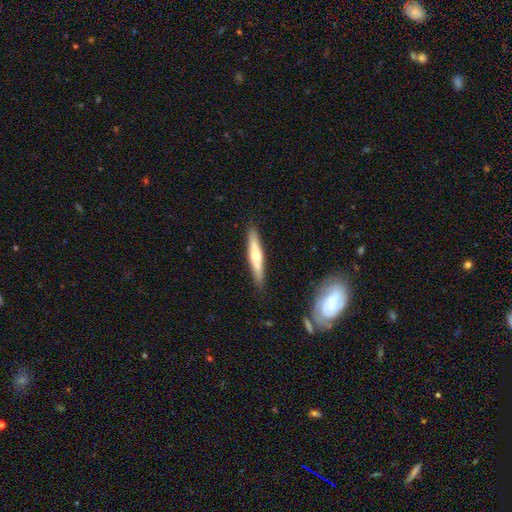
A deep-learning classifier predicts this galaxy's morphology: smooth-or-featured: featured or disk: 50% | smooth: 45% | star or artifact: 6%
  merging: none: 88% | minor disturbance: 8% | major disturbance: 2% | merger: 1%